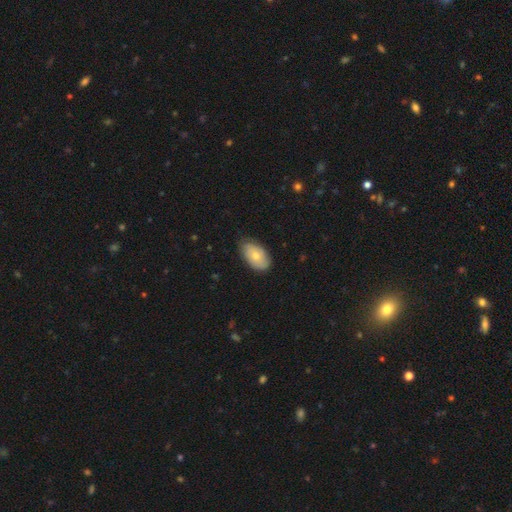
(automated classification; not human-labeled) A smooth galaxy with no disk features (67%) that is in between round and cigar-shaped (93%). Merging: none (73%).